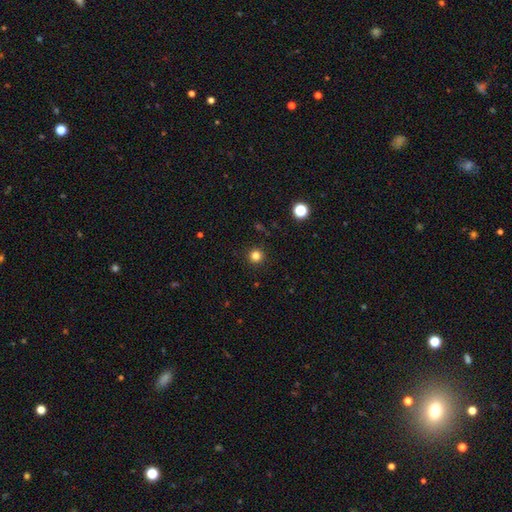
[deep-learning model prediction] A smooth galaxy with no disk features (83%) that is round (96%).

Vote fractions:
- Smooth or featured? smooth: 83% / star or artifact: 13% / featured or disk: 4%
- How rounded? round: 96% / in between: 4% / cigar-shaped: 1%
- Merging? none: 92% / minor disturbance: 5% / major disturbance: 2% / merger: 1%